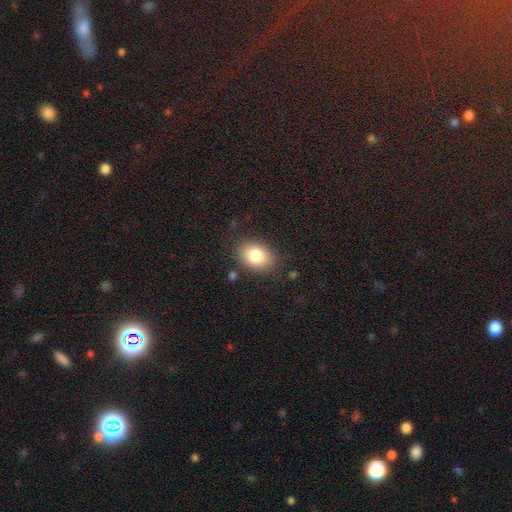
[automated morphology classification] Smooth or featured: smooth — 83% (featured or disk — 9%)
How rounded: in between — 74% (round — 25%)
Merging: none — 83% (minor disturbance — 11%)